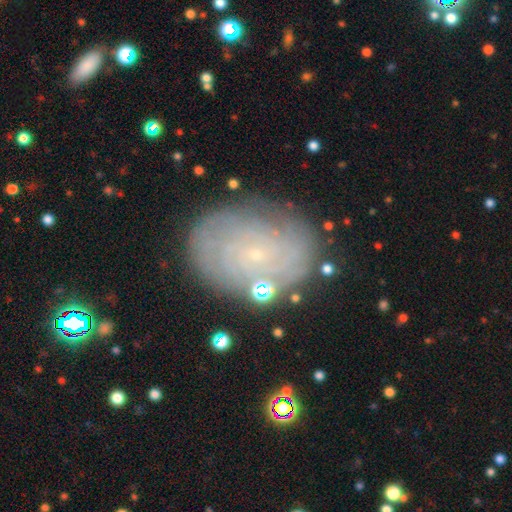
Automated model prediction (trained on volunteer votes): This is likely a featured or disk galaxy (74%). It is clearly not viewed edge-on (97%). Bar: likely no (79%). Spiral arm pattern: clearly yes (88%). Spiral arm count: possibly can't tell (47%). Spiral winding: likely tight (78%). Central bulge: clearly small (90%). Merging: likely none (78%).